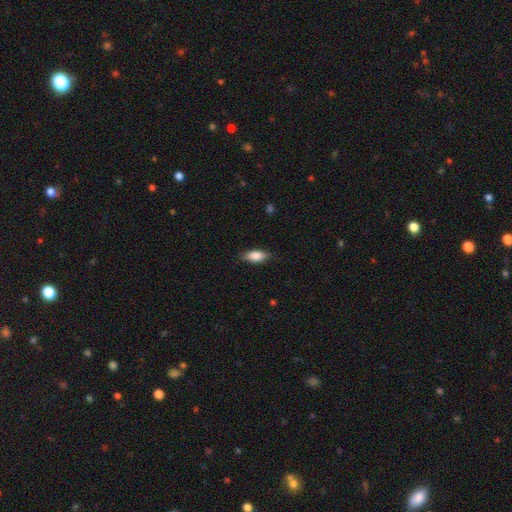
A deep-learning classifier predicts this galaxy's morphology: The model was most divided on "how rounded": in between: 80%, cigar-shaped: 17%, round: 3%. More confident: merging — none (83%); smooth or featured — smooth (82%).